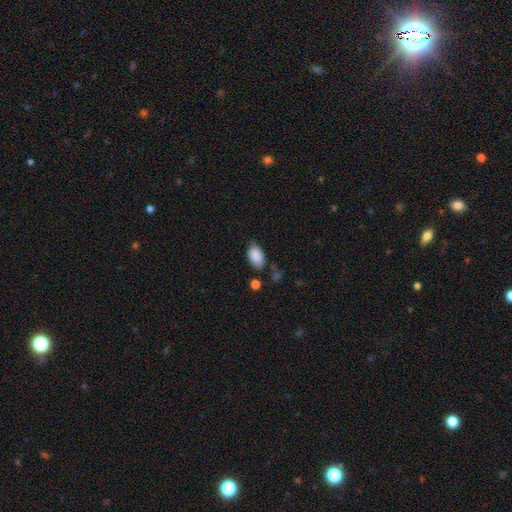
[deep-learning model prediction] smooth-or-featured: smooth: 88% | star or artifact: 7% | featured or disk: 5%
  how-rounded: in between: 93% | round: 5% | cigar-shaped: 2%
  merging: none: 66% | minor disturbance: 24% | major disturbance: 6% | merger: 5%